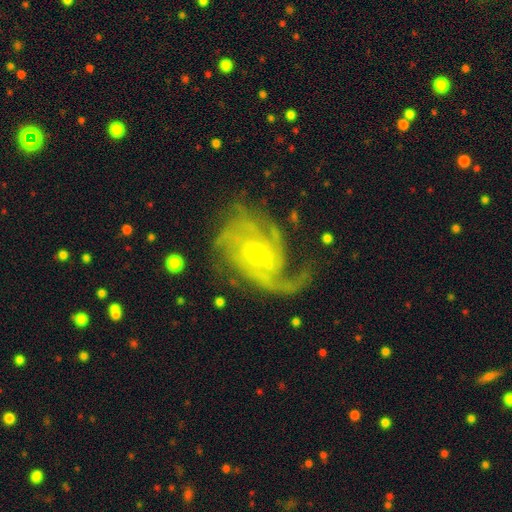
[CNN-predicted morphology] featured or disk 89%, star or artifact 6%, smooth 5%. Down the decision tree: edge-on disk — no (98%); bar — no (70%); spiral arms — yes (97%); spiral arm count — 3 (27%); spiral winding — medium (43%); bulge size — small (64%); merging — none (58%).